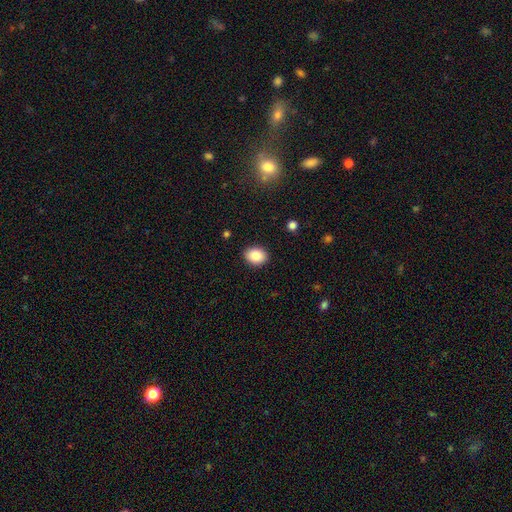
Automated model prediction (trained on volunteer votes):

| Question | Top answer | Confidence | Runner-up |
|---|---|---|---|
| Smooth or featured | smooth | 85% | star or artifact (9%) |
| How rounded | in between | 60% | round (39%) |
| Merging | none | 89% | minor disturbance (7%) |